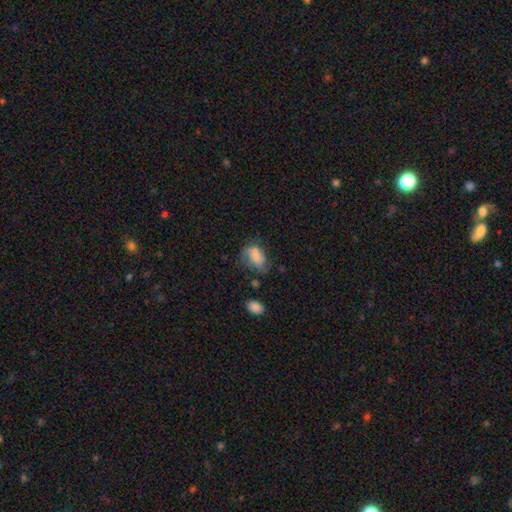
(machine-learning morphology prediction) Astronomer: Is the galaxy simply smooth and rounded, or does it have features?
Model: smooth — 52% (runner-up: featured or disk, 40%).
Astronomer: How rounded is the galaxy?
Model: in between — 78%.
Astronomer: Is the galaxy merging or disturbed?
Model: none — 42% (runner-up: minor disturbance, 30%).